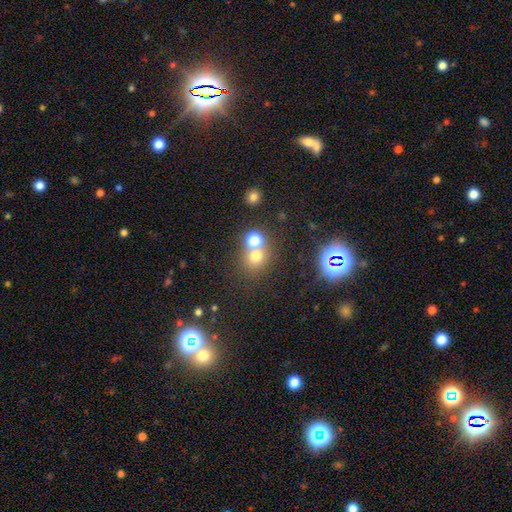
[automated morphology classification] type=smooth (67%); roundness=round (81%); merging=none (55%).